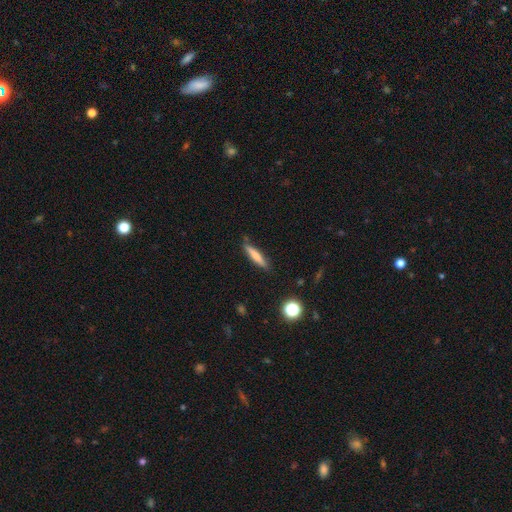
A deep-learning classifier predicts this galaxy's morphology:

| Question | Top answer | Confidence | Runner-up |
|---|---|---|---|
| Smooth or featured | smooth | 68% | featured or disk (24%) |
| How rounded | cigar-shaped | 89% | in between (9%) |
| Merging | none | 83% | minor disturbance (13%) |